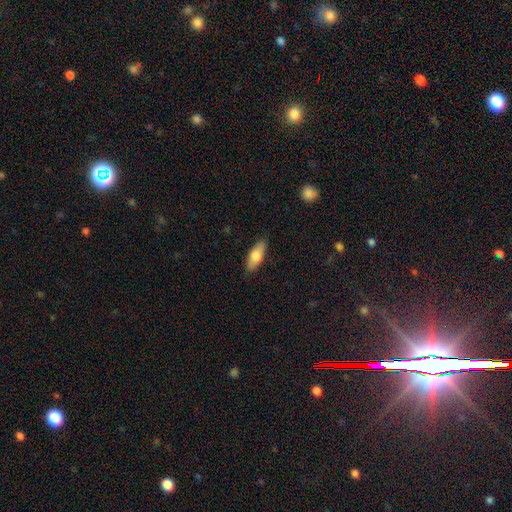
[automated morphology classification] smooth-or-featured: smooth: 72% | featured or disk: 22% | star or artifact: 6%
  how-rounded: in between: 70% | cigar-shaped: 27% | round: 3%
  merging: none: 86% | minor disturbance: 11% | major disturbance: 2% | merger: 1%